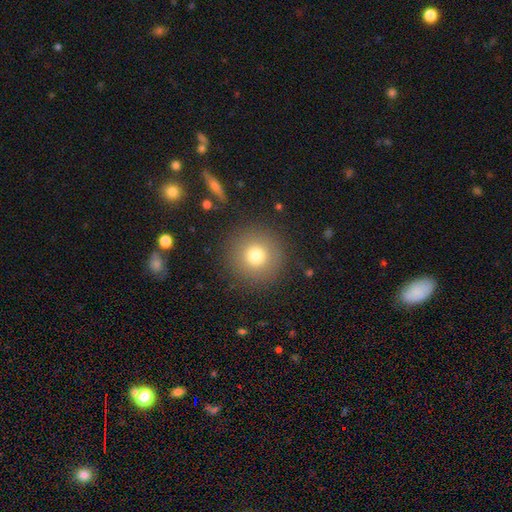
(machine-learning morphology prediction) A smooth galaxy with no disk features (76%) that is round (96%). Merging: none (89%).